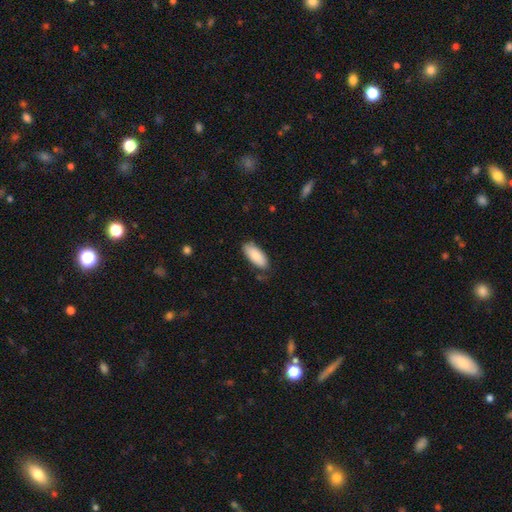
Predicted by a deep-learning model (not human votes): This appears to be a smooth galaxy with no disk features (86%) that is in between round and cigar-shaped (86%). Merging: none (76%).